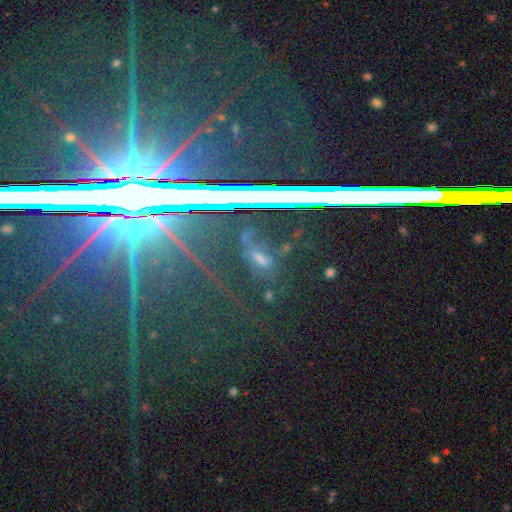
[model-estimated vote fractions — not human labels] Overall: star or artifact (72%).